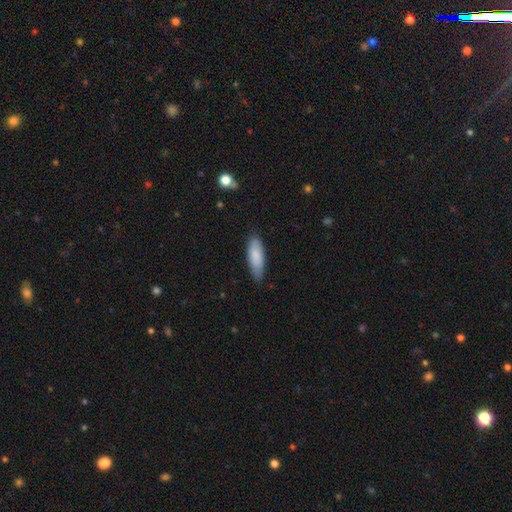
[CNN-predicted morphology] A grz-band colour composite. It shows a smooth galaxy with no disk features (85%) that is in between round and cigar-shaped (57%). Merging: none (77%).